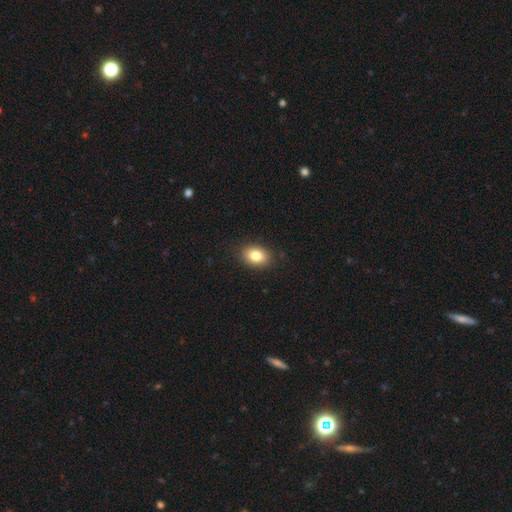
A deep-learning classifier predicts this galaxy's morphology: smooth 82%, star or artifact 9%, featured or disk 9%. Down the decision tree: how rounded — in between (74%); merging — none (88%).